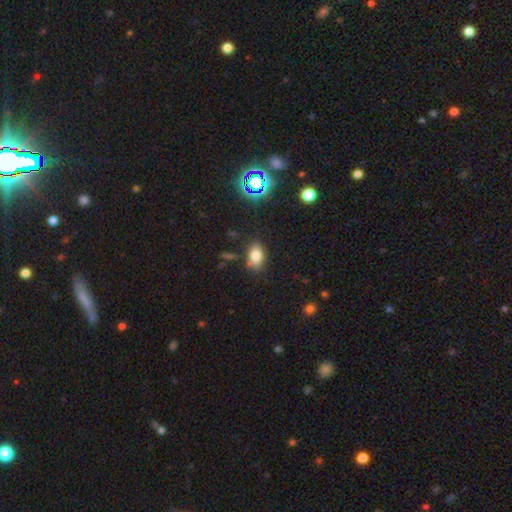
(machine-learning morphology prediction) Q: Smooth or featured?
A: smooth (78%); runner-up: star or artifact (14%)
Q: How rounded?
A: in between (86%); runner-up: round (12%)
Q: Merging?
A: none (78%); runner-up: minor disturbance (14%)